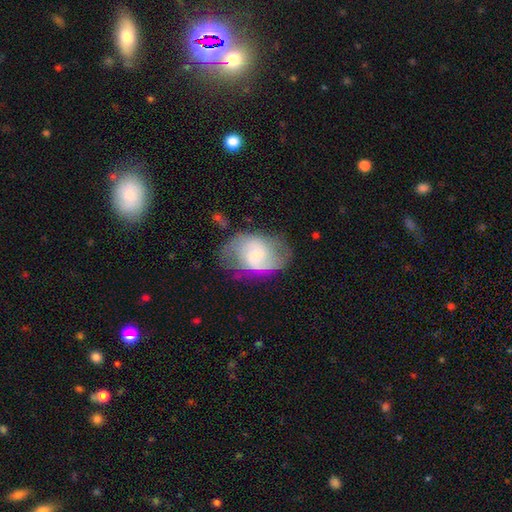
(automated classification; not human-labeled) Q: Smooth or featured?
A: featured or disk (68%); runner-up: smooth (25%)
Q: Edge-on disk?
A: no (97%); runner-up: yes (3%)
Q: Bar?
A: no (49%); runner-up: weak (44%)
Q: Spiral arms?
A: yes (87%); runner-up: no (13%)
Q: Spiral winding?
A: medium (47%); runner-up: loose (30%)
Q: Spiral arm count?
A: 2 (73%); runner-up: can't tell (16%)
Q: Bulge size?
A: small (57%); runner-up: moderate (30%)
Q: Merging?
A: none (60%); runner-up: minor disturbance (23%)